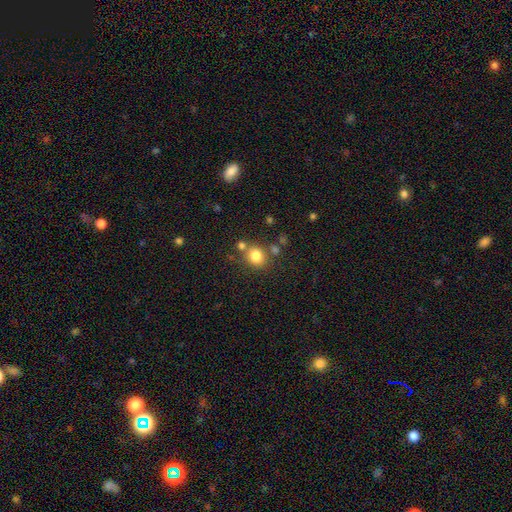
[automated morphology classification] type=smooth (80%); roundness=round (71%); merging=none (70%).